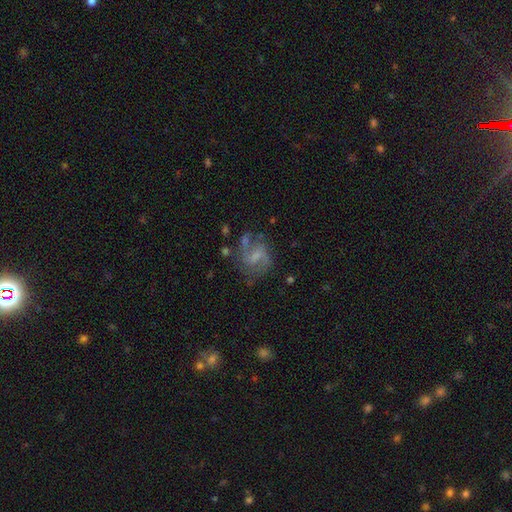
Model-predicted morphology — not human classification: smooth_or_featured: featured or disk (p=0.75) [alt: smooth p=0.16]
disk_edge_on: no (p=0.98) [alt: yes p=0.02]
bar: weak (p=0.53) [alt: strong p=0.24]
has_spiral_arms: yes (p=0.89) [alt: no p=0.11]
spiral_winding: medium (p=0.51) [alt: loose p=0.34]
spiral_arm_count: 2 (p=0.79) [alt: can't tell p=0.10]
bulge_size: small (p=0.38) [alt: none p=0.34]
merging: none (p=0.60) [alt: minor disturbance p=0.20]